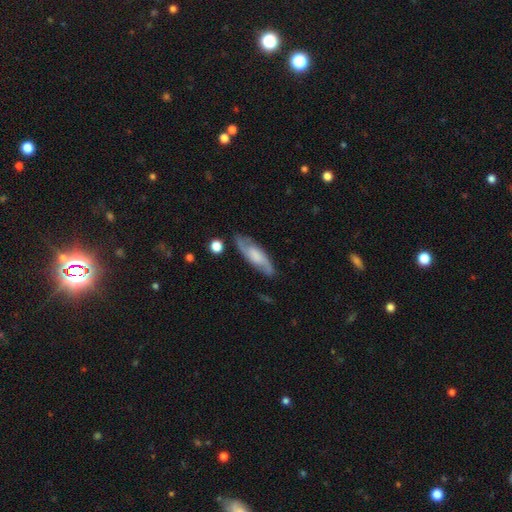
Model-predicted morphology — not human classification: A featured or disk galaxy (59%).

Vote fractions:
- Smooth or featured? featured or disk: 59% / smooth: 34% / star or artifact: 7%
- Edge-on disk? no: 76% / yes: 24%
- Merging? none: 80% / minor disturbance: 14% / major disturbance: 4% / merger: 2%